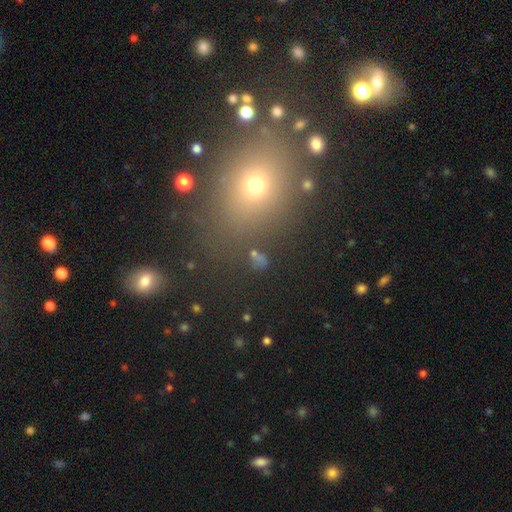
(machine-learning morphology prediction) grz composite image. It shows a smooth galaxy with no disk features (55%) that is round (51%). Merging: none (76%).